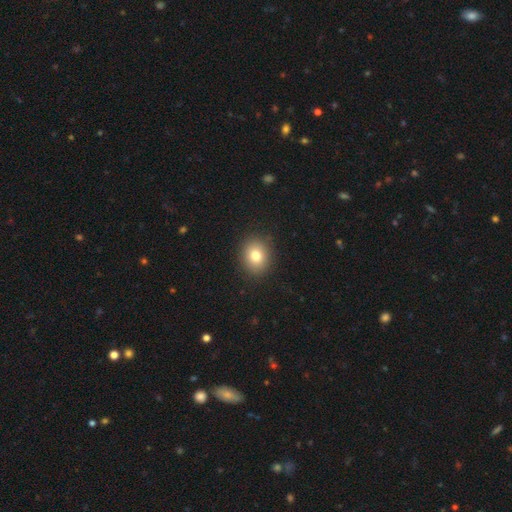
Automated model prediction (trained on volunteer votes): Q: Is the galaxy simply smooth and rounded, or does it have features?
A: smooth — 80%.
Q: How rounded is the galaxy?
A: round — 62%.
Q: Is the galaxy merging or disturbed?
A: none — 90%.